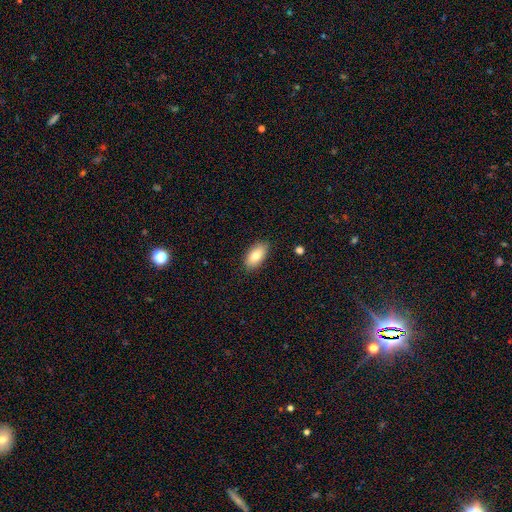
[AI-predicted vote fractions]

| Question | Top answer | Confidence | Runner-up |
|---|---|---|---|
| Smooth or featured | smooth | 80% | featured or disk (13%) |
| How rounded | in between | 93% | cigar-shaped (4%) |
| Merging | none | 86% | minor disturbance (10%) |